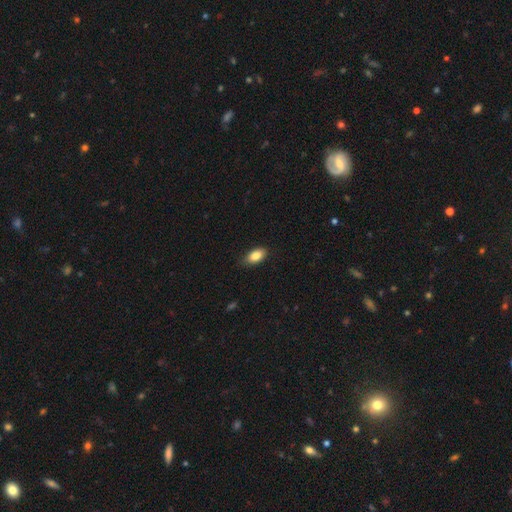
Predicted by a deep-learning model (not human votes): A smooth galaxy with no disk features (86%) that is in between round and cigar-shaped (92%). Merging: none (83%).